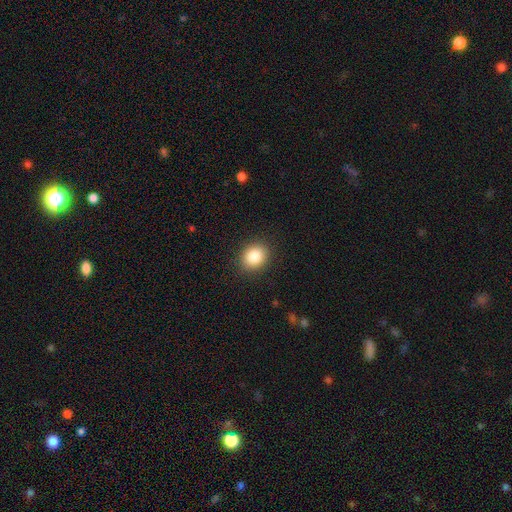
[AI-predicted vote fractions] A smooth galaxy with no disk features (87%) that is round (57%). Merging: none (89%).